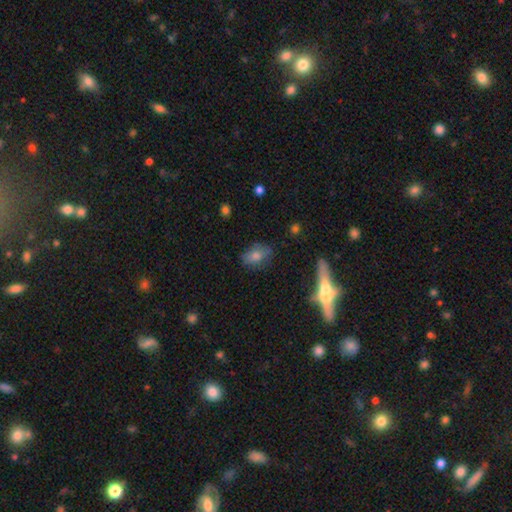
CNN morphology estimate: smooth 65%, featured or disk 25%, star or artifact 10%. Down the decision tree: how rounded — in between (77%); merging — none (73%).